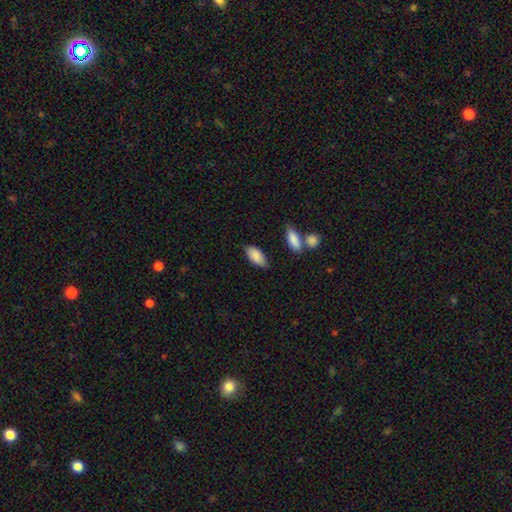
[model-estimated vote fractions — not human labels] smooth_or_featured: smooth (p=0.87) [alt: featured or disk p=0.07]
how_rounded: in between (p=0.89) [alt: cigar-shaped p=0.08]
merging: none (p=0.75) [alt: minor disturbance p=0.17]